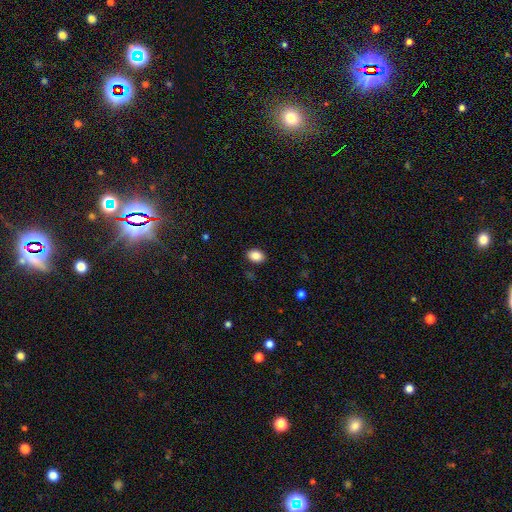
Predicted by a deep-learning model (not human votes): The model was most divided on "how rounded": in between: 73%, round: 26%, cigar-shaped: 1%. More confident: merging — none (88%); smooth or featured — smooth (87%).